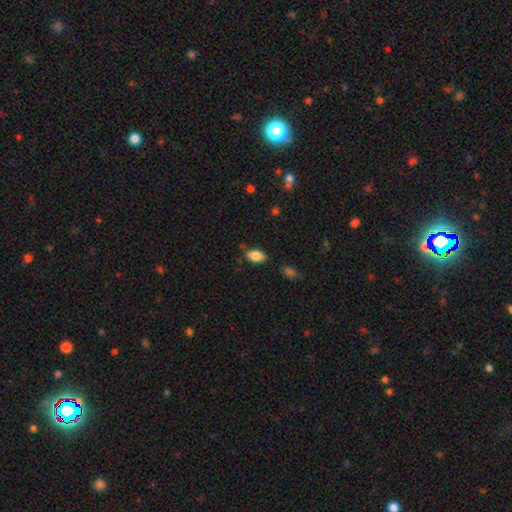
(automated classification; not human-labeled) This is clearly a smooth galaxy (85%). How rounded: clearly in between (92%). Merging: likely none (77%).